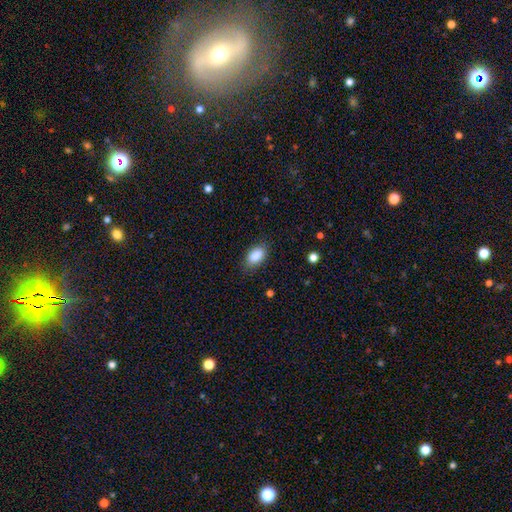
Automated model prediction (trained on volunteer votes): smooth_or_featured: smooth (p=0.88) [alt: star or artifact p=0.07]
how_rounded: in between (p=0.92) [alt: round p=0.06]
merging: none (p=0.82) [alt: minor disturbance p=0.14]